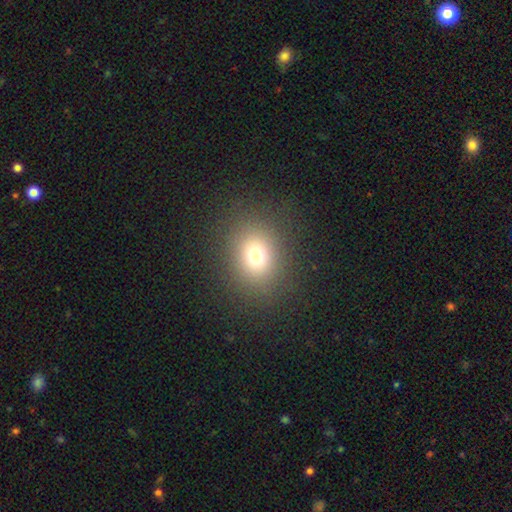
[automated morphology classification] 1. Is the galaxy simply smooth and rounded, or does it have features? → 73% smooth, 17% star or artifact, 10% featured or disk.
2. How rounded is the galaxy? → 61% round, 37% in between, 1% cigar-shaped.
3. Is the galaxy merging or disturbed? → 86% none, 8% minor disturbance, 5% major disturbance, 1% merger.